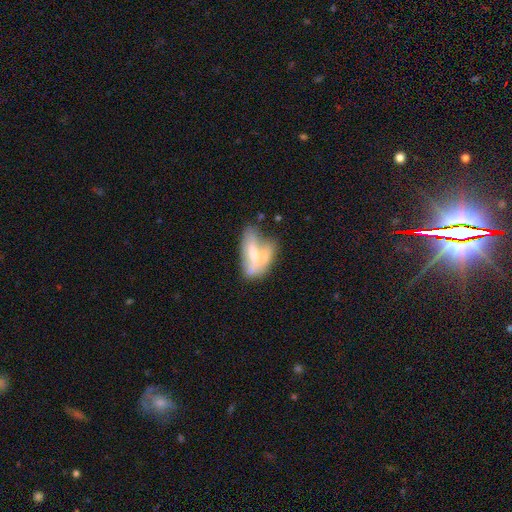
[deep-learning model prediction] Smooth or featured? smooth (52%)
How rounded? in between (79%)
Merging? merger (46%)